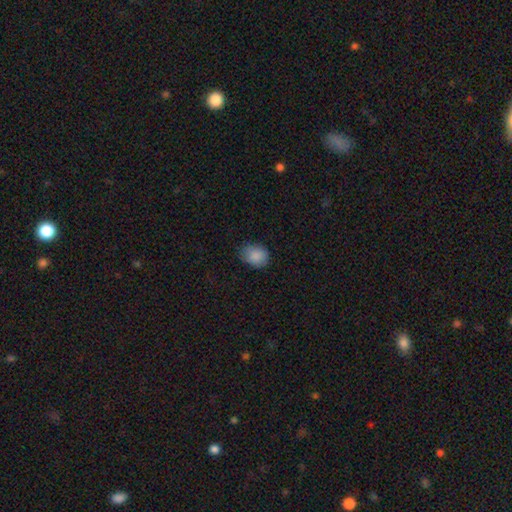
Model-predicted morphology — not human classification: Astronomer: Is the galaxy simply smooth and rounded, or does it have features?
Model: smooth — 87%.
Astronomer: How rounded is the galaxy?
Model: in between — 51% (runner-up: round, 48%).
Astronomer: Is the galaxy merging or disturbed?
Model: none — 75%.